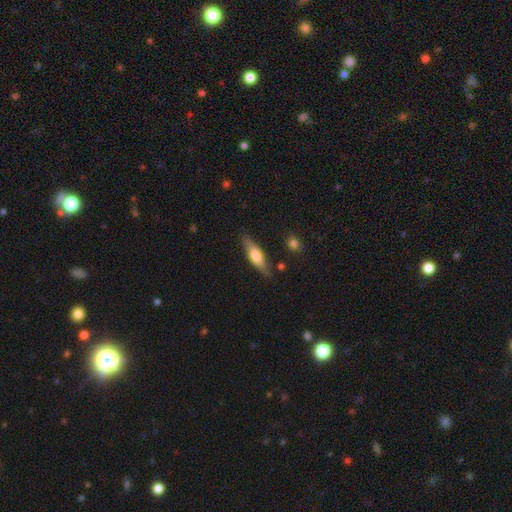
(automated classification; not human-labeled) Smooth or featured?
  - smooth: 48% *
  - featured or disk: 46%
  - star or artifact: 6%
Merging?
  - none: 81% *
  - minor disturbance: 14%
  - major disturbance: 3%
  - merger: 2%